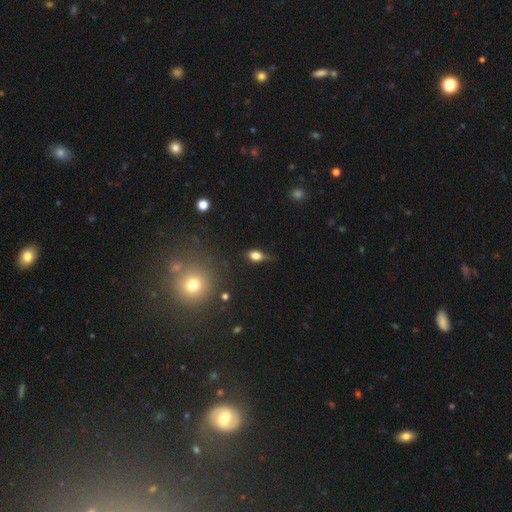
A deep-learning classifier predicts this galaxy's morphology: smooth_or_featured: smooth (p=0.74) [alt: featured or disk p=0.14]
how_rounded: in between (p=0.75) [alt: round p=0.20]
merging: none (p=0.54) [alt: minor disturbance p=0.31]